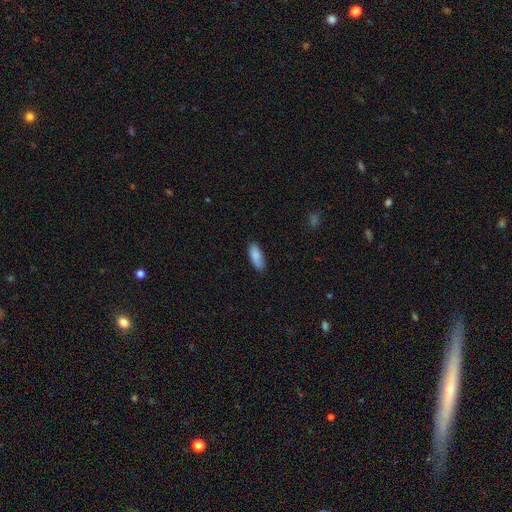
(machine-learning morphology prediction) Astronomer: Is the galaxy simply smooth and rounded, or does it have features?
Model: smooth — 87%.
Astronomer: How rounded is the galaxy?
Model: in between — 78%.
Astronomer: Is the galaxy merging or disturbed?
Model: none — 80%.